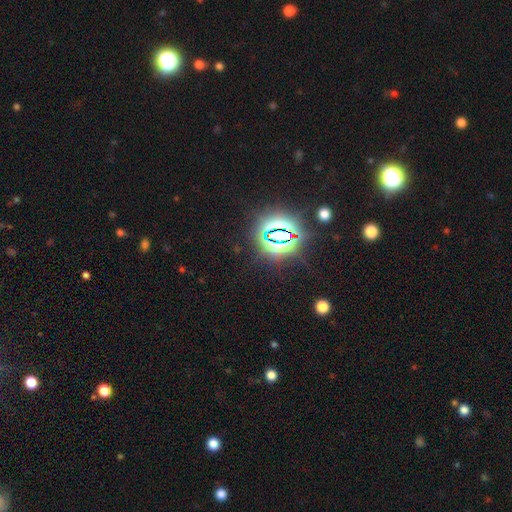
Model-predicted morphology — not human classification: This is clearly a star or artifact rather than a galaxy (84%).